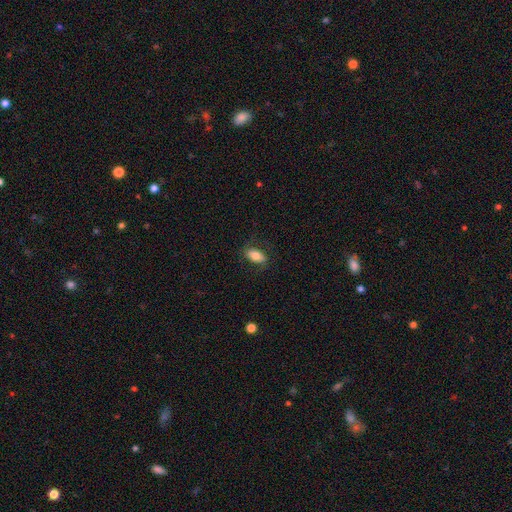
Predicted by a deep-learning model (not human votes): Smooth or featured? Predicted: smooth (p=0.74). How rounded? Predicted: in between (p=0.90). Merging? Predicted: none (p=0.76).